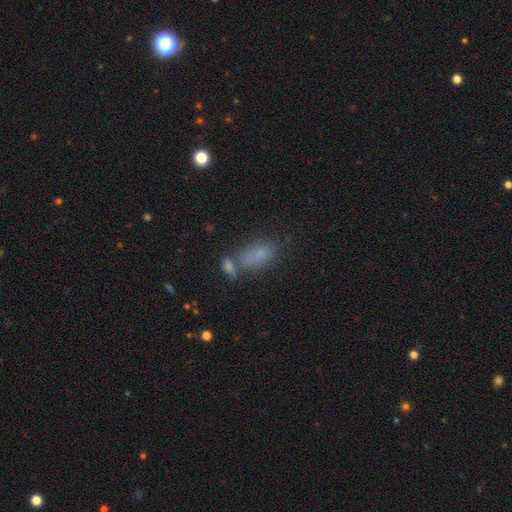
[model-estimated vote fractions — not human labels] Smooth or featured? Predicted: smooth (p=0.69). How rounded? Predicted: in between (p=0.84). Merging? Predicted: none (p=0.46).